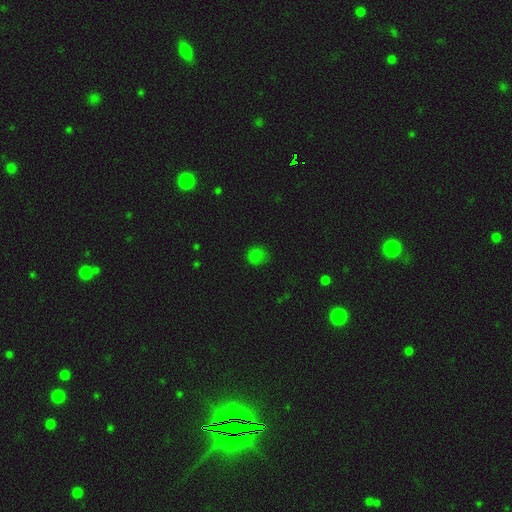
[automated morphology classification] Smooth or featured?
  - smooth: 75% *
  - star or artifact: 21%
  - featured or disk: 4%
How rounded?
  - round: 83% *
  - in between: 16%
  - cigar-shaped: 1%
Merging?
  - none: 80% *
  - minor disturbance: 14%
  - major disturbance: 4%
  - merger: 2%